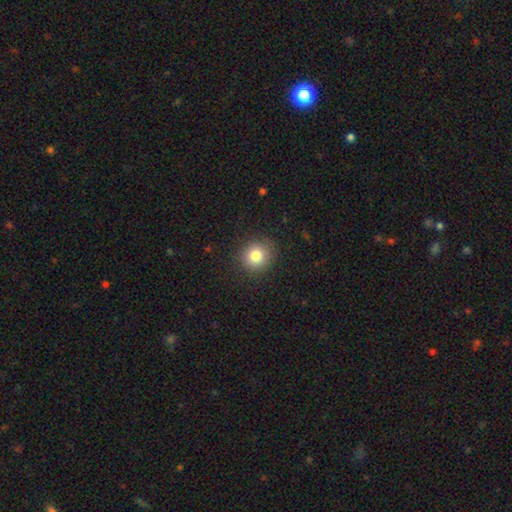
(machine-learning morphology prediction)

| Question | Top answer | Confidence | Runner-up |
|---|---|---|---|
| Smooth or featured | smooth | 82% | star or artifact (11%) |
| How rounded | round | 86% | in between (13%) |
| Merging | none | 89% | minor disturbance (8%) |